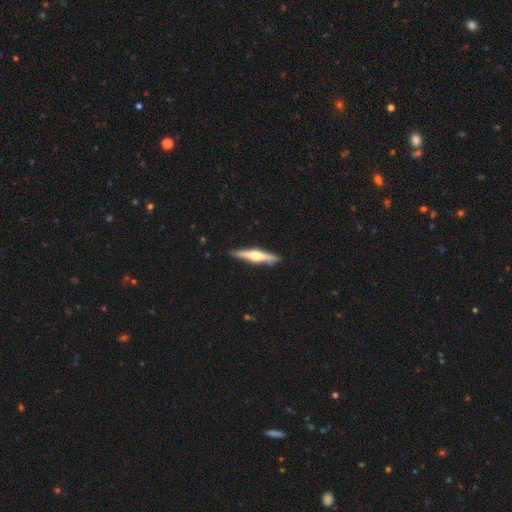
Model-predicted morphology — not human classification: Q: Smooth or featured?
A: featured or disk (68%); runner-up: smooth (27%)
Q: Edge-on disk?
A: yes (97%); runner-up: no (3%)
Q: Edge-on bulge?
A: rounded (93%); runner-up: boxy (4%)
Q: Merging?
A: none (89%); runner-up: minor disturbance (8%)